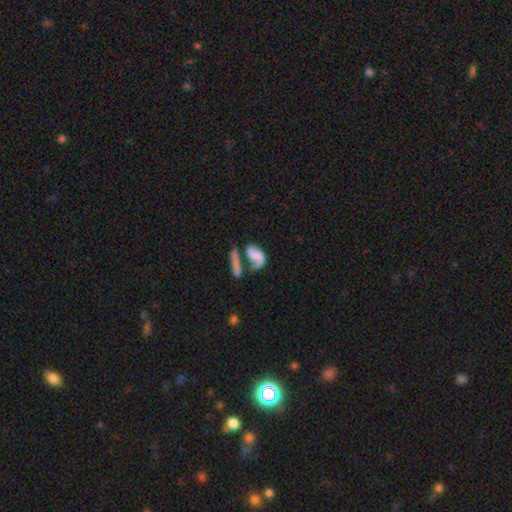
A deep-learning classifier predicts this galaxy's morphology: Smooth or featured: smooth — 52% (featured or disk — 38%)
How rounded: in between — 78% (cigar-shaped — 15%)
Merging: merger — 41% (major disturbance — 25%)